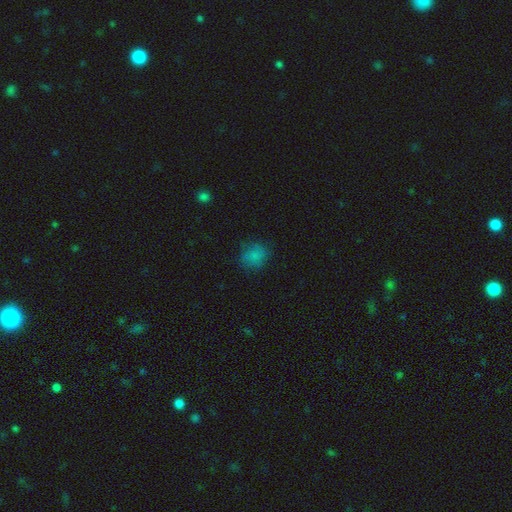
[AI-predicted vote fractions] A smooth galaxy with no disk features (79%) that is round (78%).

Vote fractions:
- Smooth or featured? smooth: 79% / star or artifact: 12% / featured or disk: 8%
- How rounded? round: 78% / in between: 21% / cigar-shaped: 1%
- Merging? none: 73% / minor disturbance: 19% / major disturbance: 6% / merger: 1%